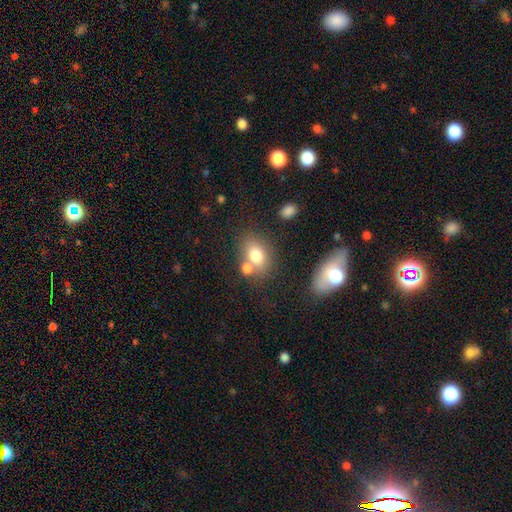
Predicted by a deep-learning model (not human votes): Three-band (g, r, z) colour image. It shows a smooth galaxy with no disk features (75%) that is in between round and cigar-shaped (66%). Merging: none (52%).